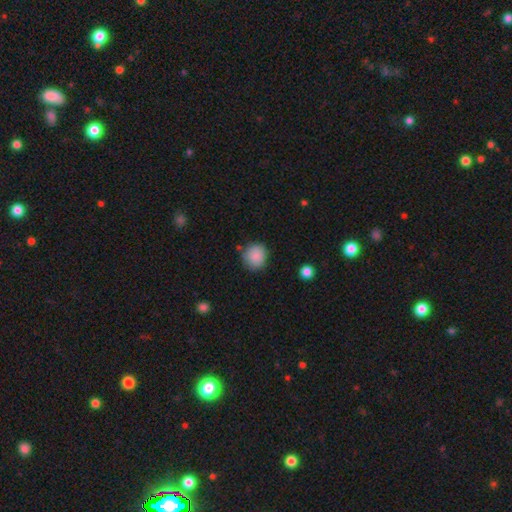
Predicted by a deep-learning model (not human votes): A smooth galaxy with no disk features (88%) that is round (89%). Merging: none (82%).